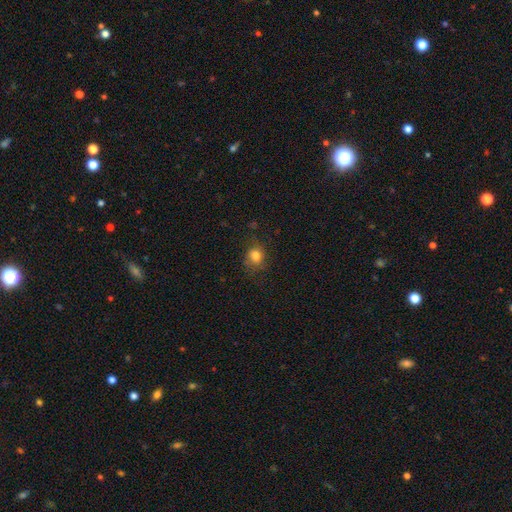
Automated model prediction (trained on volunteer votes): This appears to be a smooth galaxy with no disk features (81%) that is round (65%). Merging: none (72%).